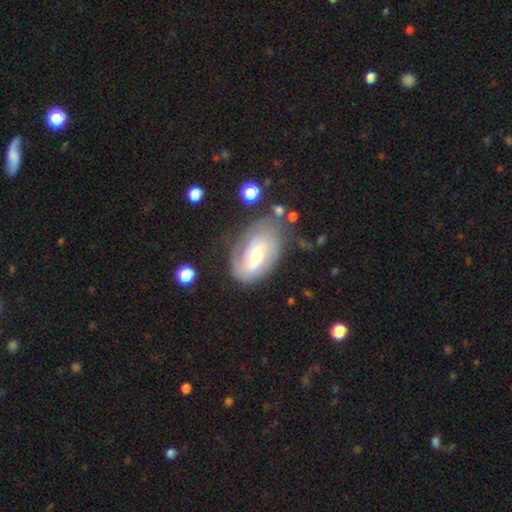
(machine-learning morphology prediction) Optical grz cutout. It shows a featured or disk galaxy (73%) with a weak bar (48%), 2 (54%) tight (46%) spiral arms (88%) and a moderate central bulge (64%). Merging: none (61%).